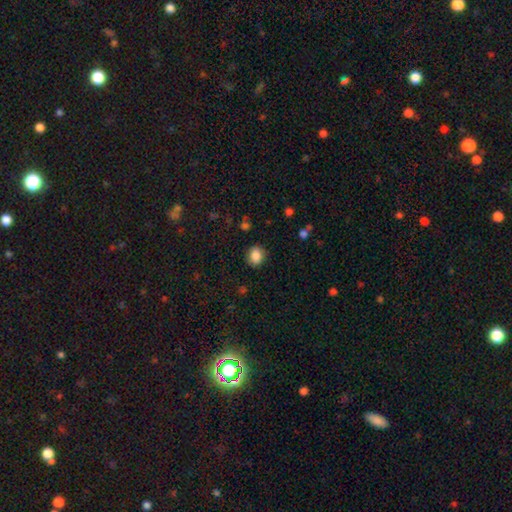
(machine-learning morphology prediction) Q: Smooth or featured?
A: smooth (87%); runner-up: star or artifact (9%)
Q: How rounded?
A: round (54%); runner-up: in between (45%)
Q: Merging?
A: none (86%); runner-up: minor disturbance (10%)